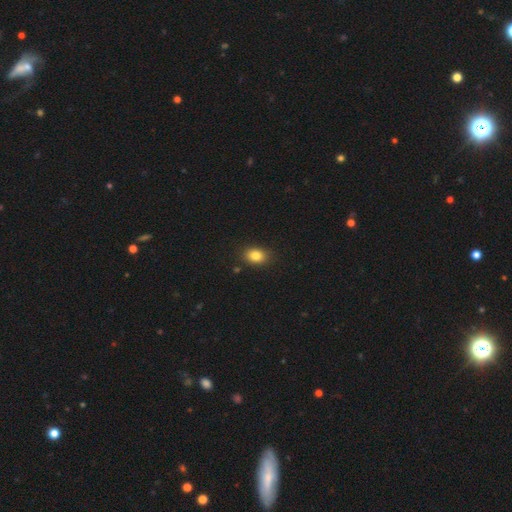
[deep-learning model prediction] This is clearly a smooth galaxy (83%). How rounded: likely in between (68%). Merging: clearly none (87%).